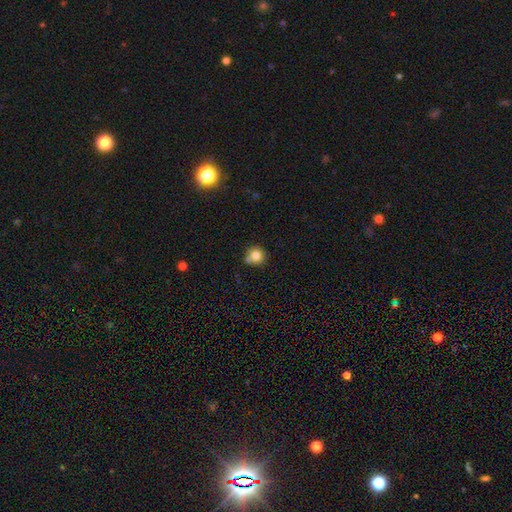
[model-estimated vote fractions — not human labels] Overall: smooth (80%). How rounded: round (91%). Merging: none (67%).